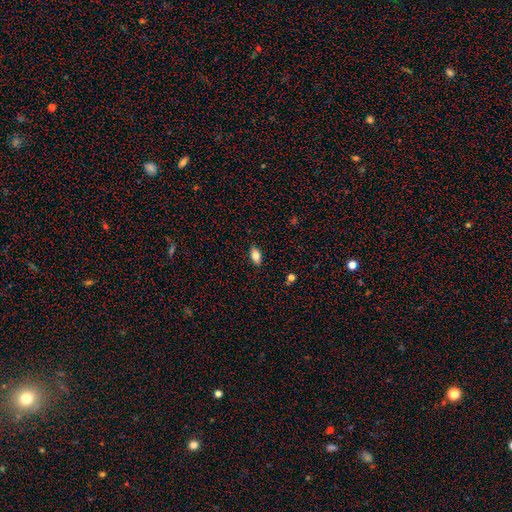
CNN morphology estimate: smooth-or-featured: smooth: 79% | featured or disk: 13% | star or artifact: 8%
  how-rounded: in between: 89% | cigar-shaped: 7% | round: 4%
  merging: none: 88% | minor disturbance: 9% | major disturbance: 2% | merger: 1%